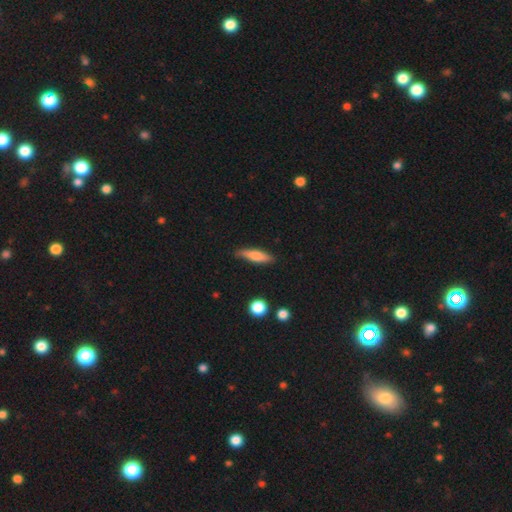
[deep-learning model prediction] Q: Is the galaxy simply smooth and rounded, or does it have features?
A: smooth — 70%.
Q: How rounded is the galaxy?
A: cigar-shaped — 71%.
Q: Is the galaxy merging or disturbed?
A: none — 81%.